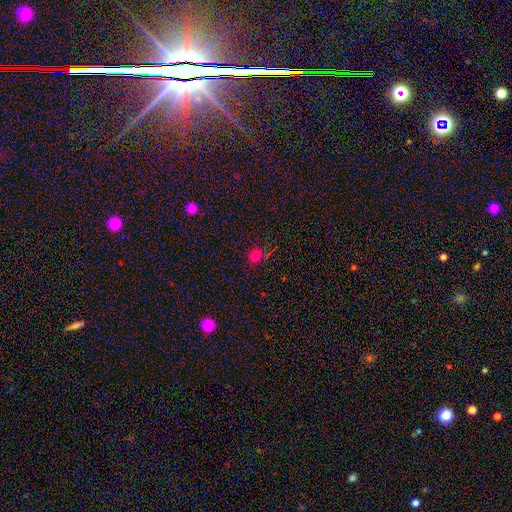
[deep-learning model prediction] Overall: smooth (74%). How rounded: round (87%). Merging: none (82%).